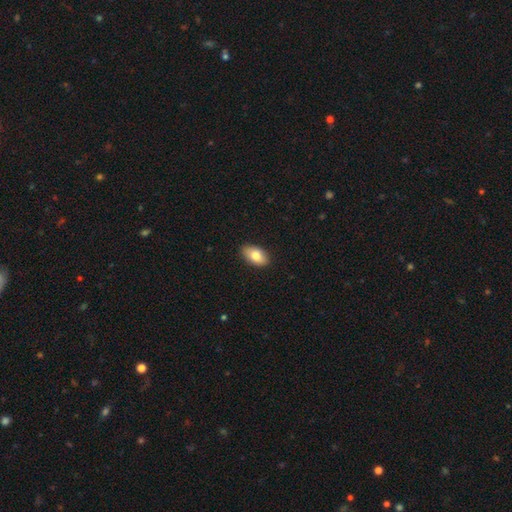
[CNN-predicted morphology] Overall: smooth (81%). How rounded: in between (93%). Merging: none (89%).